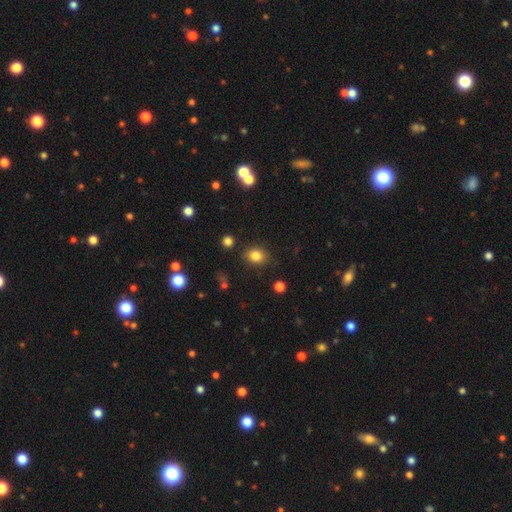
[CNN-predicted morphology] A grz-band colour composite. It shows a smooth galaxy with no disk features (82%) that is in between round and cigar-shaped (50%). Merging: none (84%).